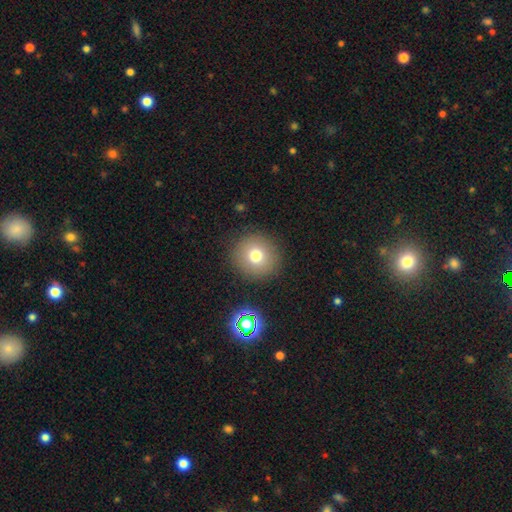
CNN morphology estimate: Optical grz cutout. It shows a smooth galaxy with no disk features (75%) that is round (93%). Merging: none (89%).